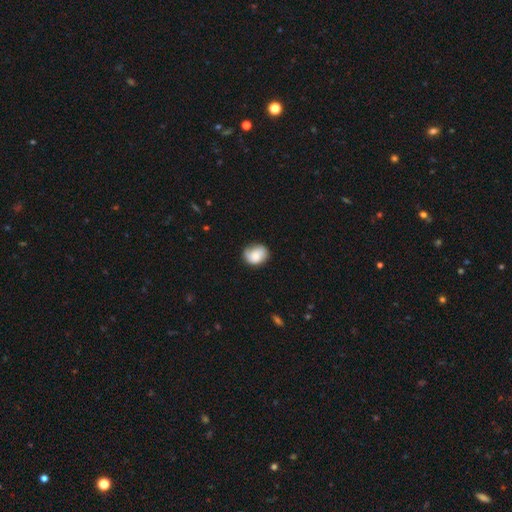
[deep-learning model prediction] Smooth or featured? smooth (71%)
How rounded? round (50%)
Merging? none (66%)